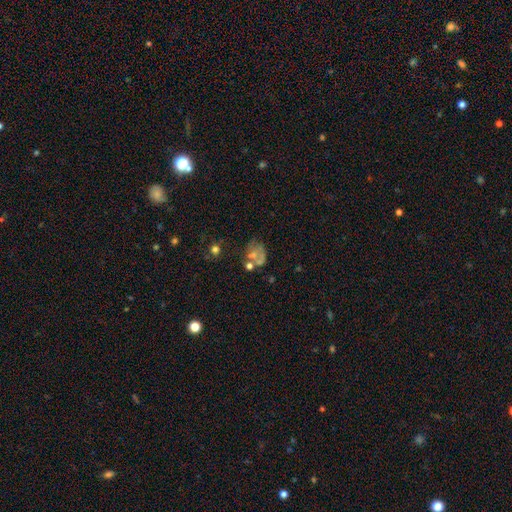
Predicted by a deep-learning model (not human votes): Q: Smooth or featured?
A: featured or disk (47%); runner-up: smooth (38%)
Q: Merging?
A: none (31%); runner-up: merger (25%)